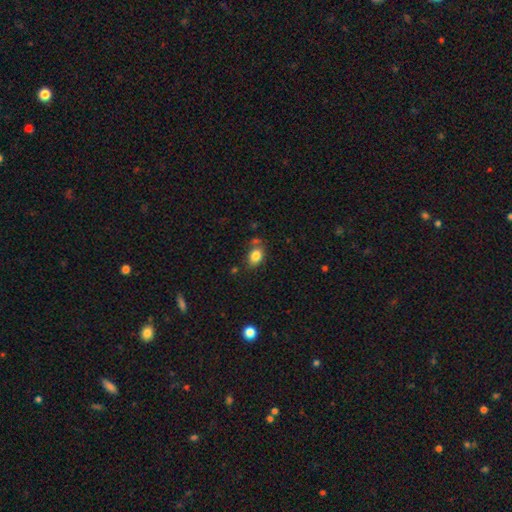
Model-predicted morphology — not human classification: Smooth or featured? smooth (83%)
How rounded? in between (74%)
Merging? none (69%)